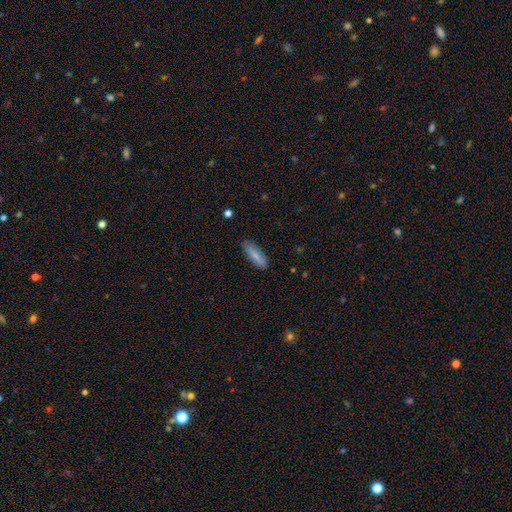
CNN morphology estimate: Smooth or featured? Predicted: smooth (p=0.75). How rounded? Predicted: cigar-shaped (p=0.52). Merging? Predicted: none (p=0.84).